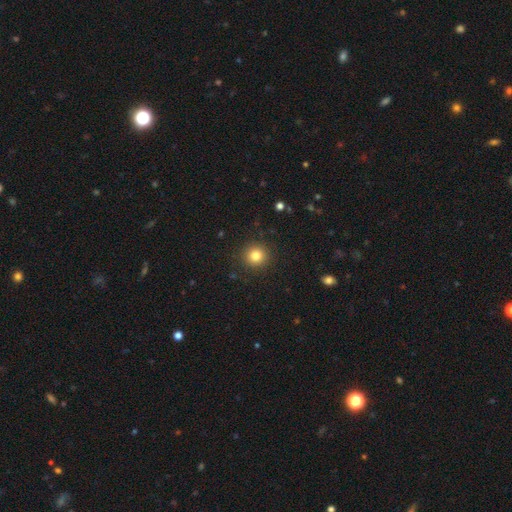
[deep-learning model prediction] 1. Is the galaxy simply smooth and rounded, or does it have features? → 82% smooth, 12% star or artifact, 6% featured or disk.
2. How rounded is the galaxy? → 93% round, 6% in between, 1% cigar-shaped.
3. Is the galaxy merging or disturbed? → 91% none, 6% minor disturbance, 2% major disturbance, 1% merger.